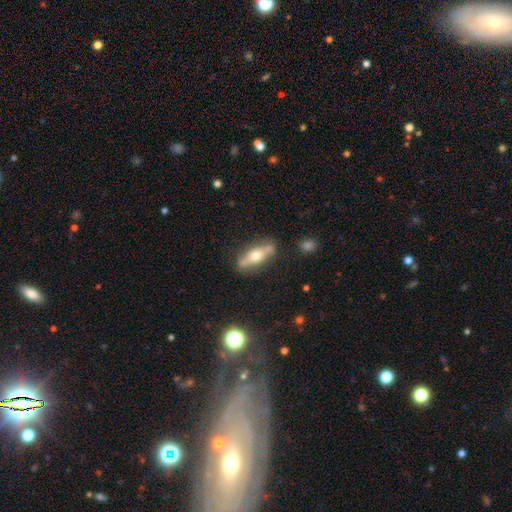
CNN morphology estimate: smooth_or_featured: featured or disk (p=0.54) [alt: smooth p=0.39]
disk_edge_on: yes (p=0.78) [alt: no p=0.22]
merging: none (p=0.80) [alt: minor disturbance p=0.14]